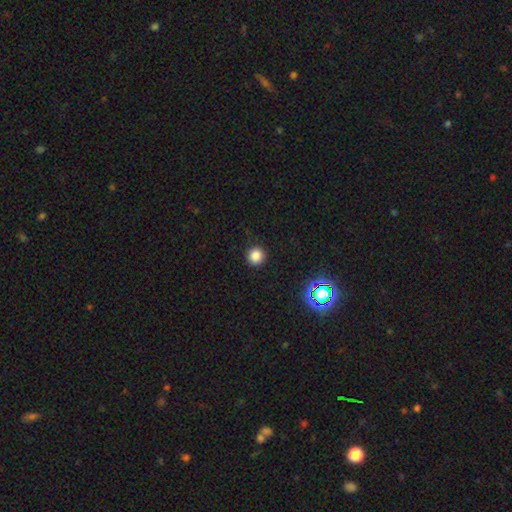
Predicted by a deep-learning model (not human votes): The model was most divided on "smooth or featured": smooth: 81%, star or artifact: 15%, featured or disk: 4%. More confident: how rounded — round (94%); merging — none (91%).